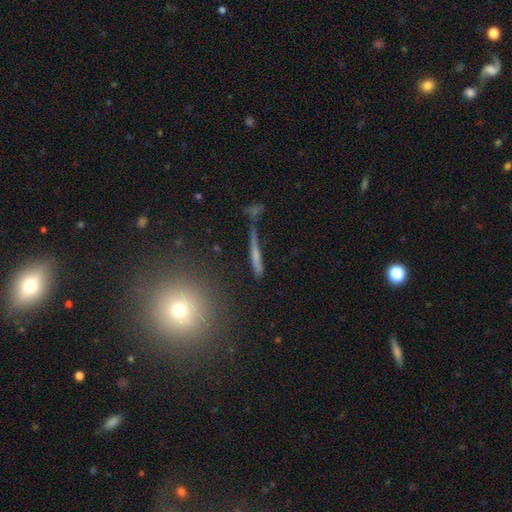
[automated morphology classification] Smooth or featured: smooth — 45% (featured or disk — 38%)
Merging: none — 64% (minor disturbance — 16%)